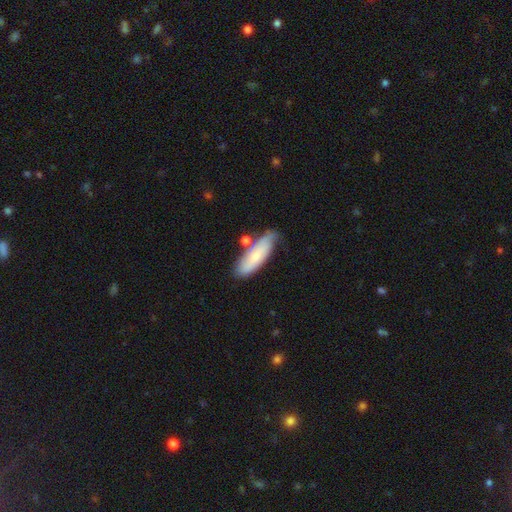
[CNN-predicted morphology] Overall: smooth (67%; featured or disk 27%). How rounded: in between (55%; cigar-shaped 43%). Merging: none (58%; minor disturbance 26%).